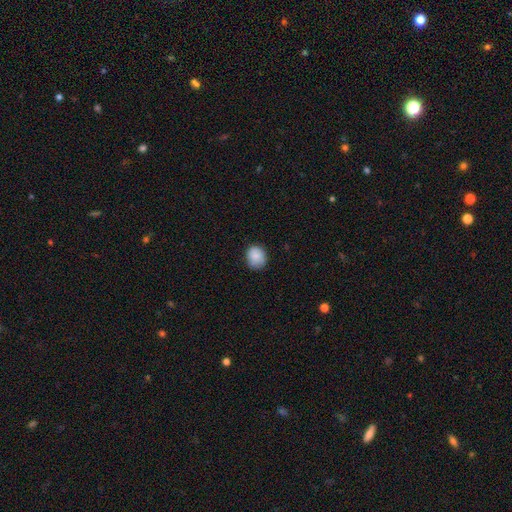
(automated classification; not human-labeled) Overall: smooth (87%). How rounded: round (68%; in between 31%). Merging: none (76%).